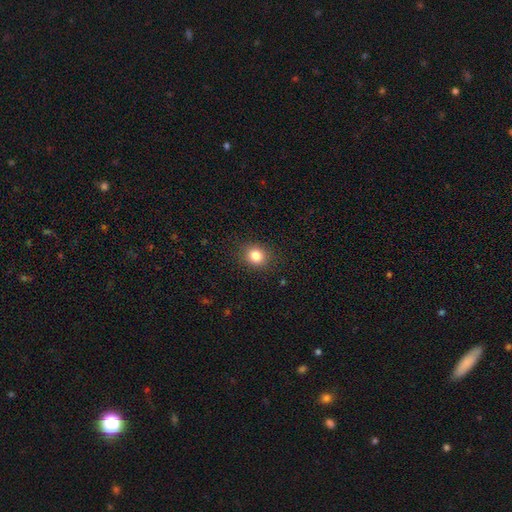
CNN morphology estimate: Smooth or featured? smooth (82%)
How rounded? round (71%)
Merging? none (89%)